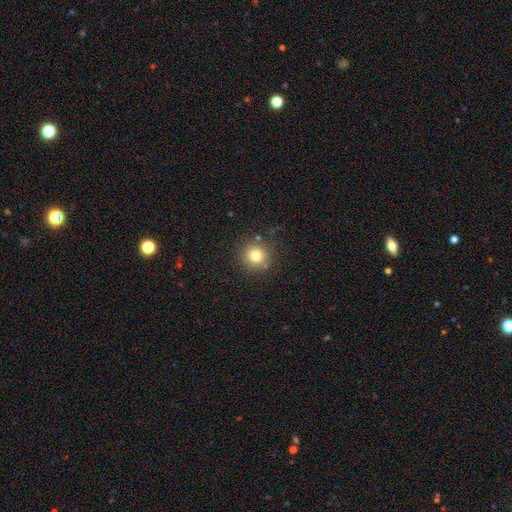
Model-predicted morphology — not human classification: Smooth or featured? smooth (79%)
How rounded? round (94%)
Merging? none (86%)